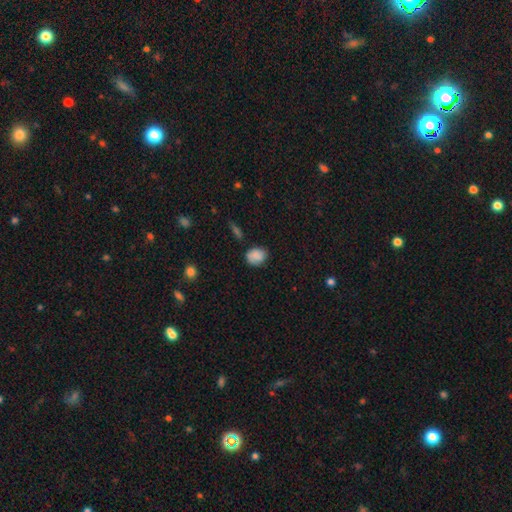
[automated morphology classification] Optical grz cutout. It shows a smooth galaxy with no disk features (83%) that is round (57%). Merging: none (73%).